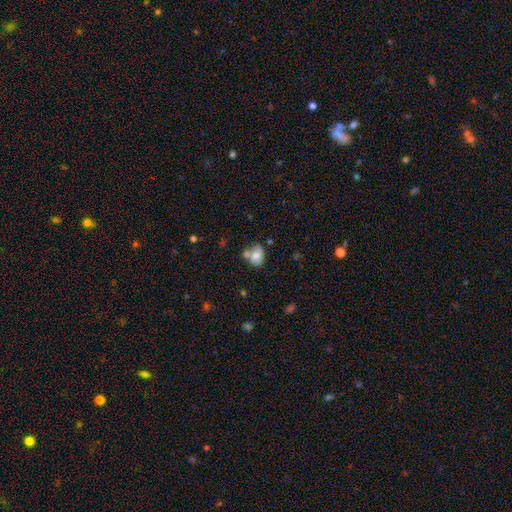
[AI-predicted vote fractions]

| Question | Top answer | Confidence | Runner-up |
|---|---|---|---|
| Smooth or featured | smooth | 65% | featured or disk (26%) |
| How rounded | in between | 56% | round (43%) |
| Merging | none | 35% | merger (34%) |